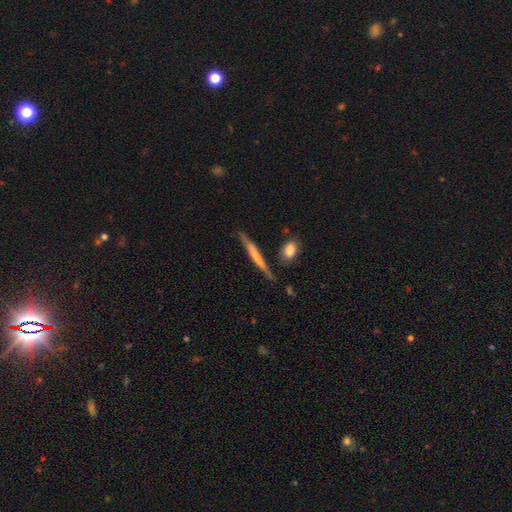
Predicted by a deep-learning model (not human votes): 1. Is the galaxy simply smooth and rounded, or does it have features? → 51% smooth, 43% featured or disk, 6% star or artifact.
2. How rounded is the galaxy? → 94% cigar-shaped, 5% in between, 2% round.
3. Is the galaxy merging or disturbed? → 75% none, 16% minor disturbance, 5% merger, 4% major disturbance.